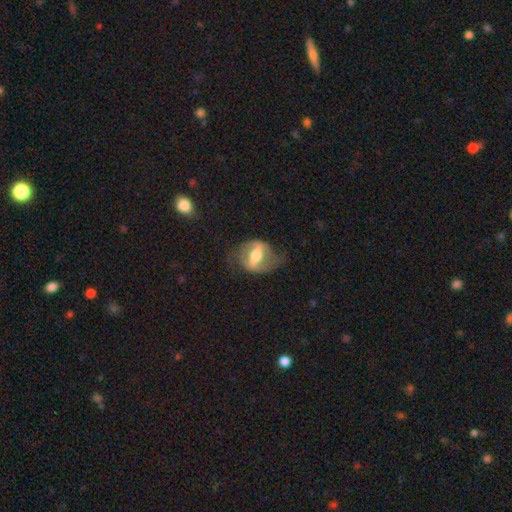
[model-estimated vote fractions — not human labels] This is likely a featured or disk galaxy (70%). It is clearly not viewed edge-on (90%). Bar: possibly strong (57%). Spiral arm pattern: likely yes (65%). Central bulge: possibly moderate (57%). Merging: possibly none (56%).